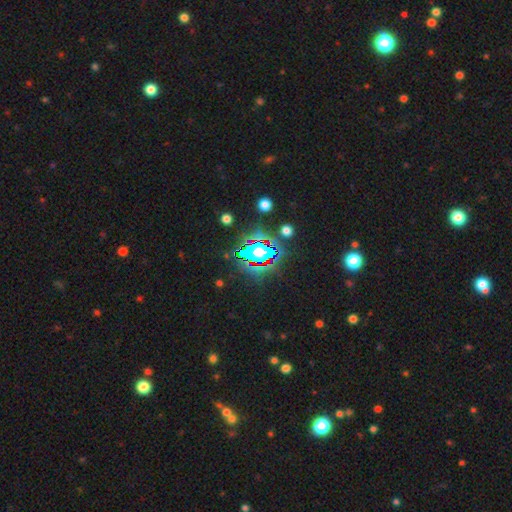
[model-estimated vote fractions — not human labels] Smooth or featured? Predicted: star or artifact (p=0.64).